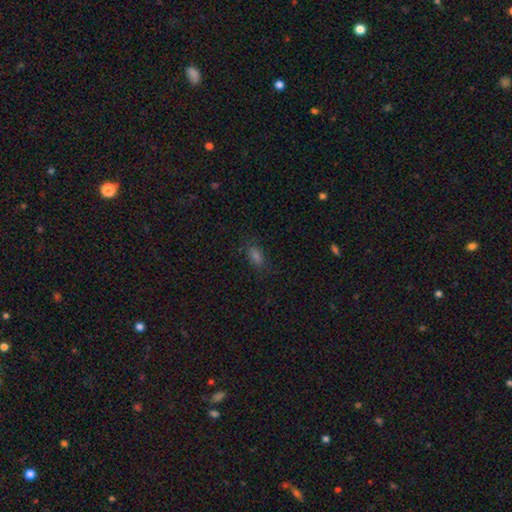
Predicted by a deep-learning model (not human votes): The model was most divided on "smooth or featured": smooth: 63%, star or artifact: 26%, featured or disk: 10%. More confident: how rounded — in between (82%); merging — none (79%).